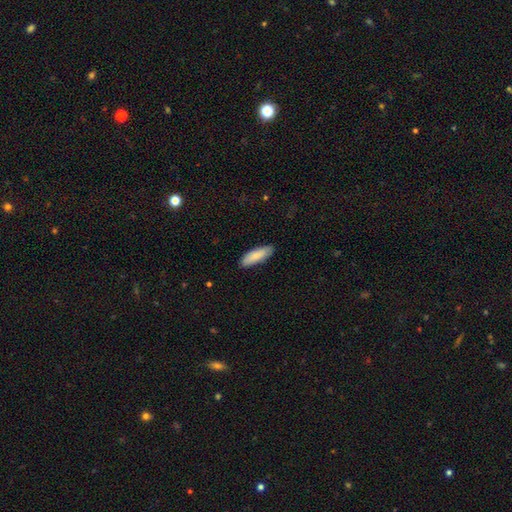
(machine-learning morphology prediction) This is clearly a smooth galaxy (86%). How rounded: possibly in between (54%). Merging: clearly none (88%).